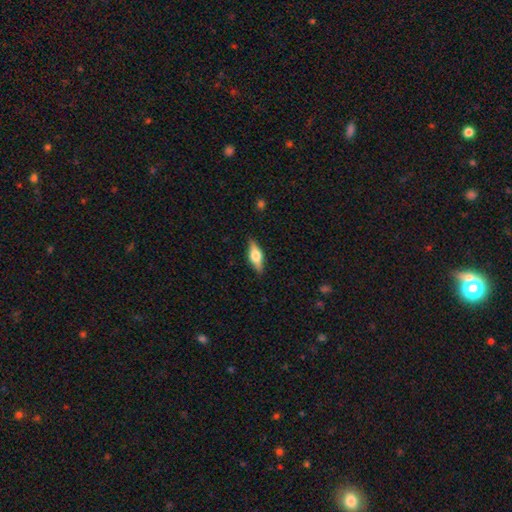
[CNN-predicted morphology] Q: Smooth or featured?
A: featured or disk (49%); runner-up: smooth (44%)
Q: Merging?
A: none (87%); runner-up: minor disturbance (10%)